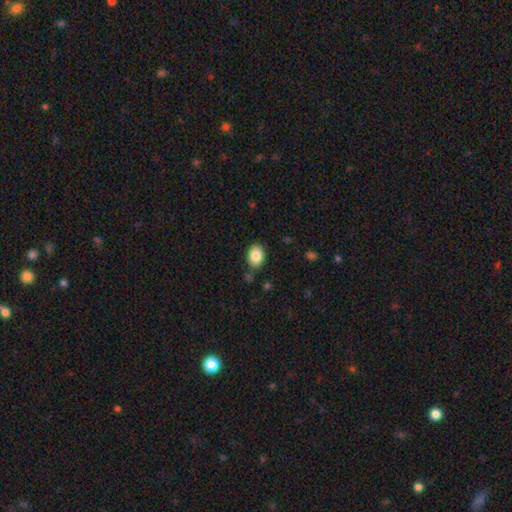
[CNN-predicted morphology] A smooth galaxy with no disk features (86%) that is in between round and cigar-shaped (73%).

Vote fractions:
- Smooth or featured? smooth: 86% / star or artifact: 8% / featured or disk: 6%
- How rounded? in between: 73% / round: 26% / cigar-shaped: 1%
- Merging? none: 79% / minor disturbance: 14% / merger: 4% / major disturbance: 3%